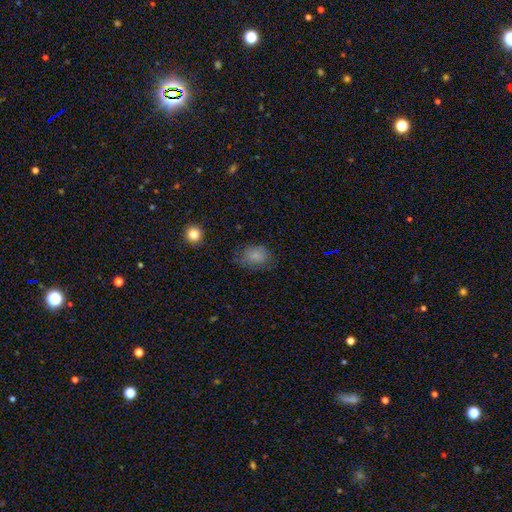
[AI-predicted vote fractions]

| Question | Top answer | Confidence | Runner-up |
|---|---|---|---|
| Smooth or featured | smooth | 79% | star or artifact (11%) |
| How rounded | in between | 63% | round (36%) |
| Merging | none | 65% | minor disturbance (24%) |